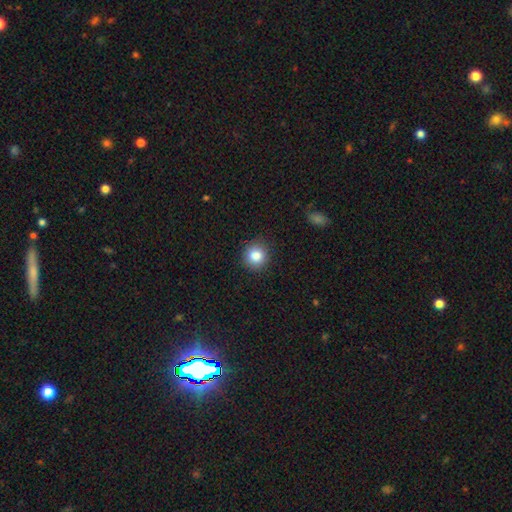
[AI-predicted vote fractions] Overall: smooth (85%). How rounded: round (91%). Merging: none (89%).